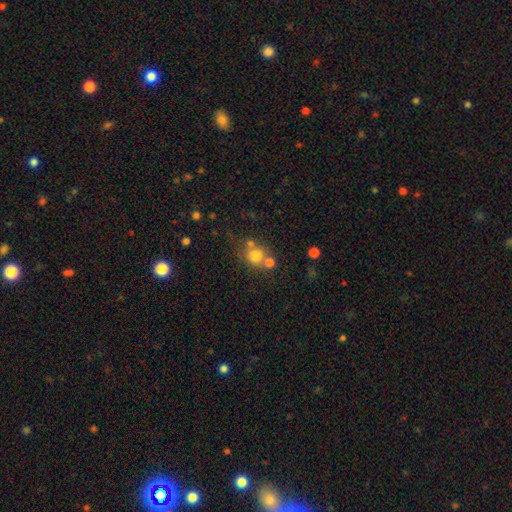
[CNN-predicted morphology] Smooth or featured: smooth — 75% (star or artifact — 14%)
How rounded: round — 85% (in between — 14%)
Merging: none — 56% (merger — 28%)